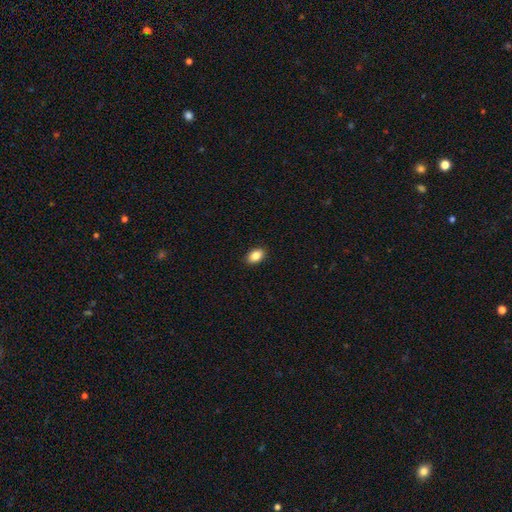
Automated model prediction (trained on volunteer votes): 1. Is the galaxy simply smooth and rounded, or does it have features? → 87% smooth, 8% star or artifact, 5% featured or disk.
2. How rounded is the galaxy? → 85% in between, 13% round, 1% cigar-shaped.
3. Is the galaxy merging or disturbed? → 91% none, 7% minor disturbance, 2% major disturbance, 1% merger.